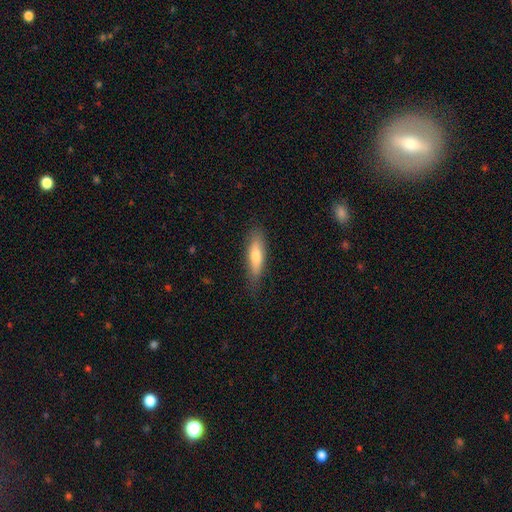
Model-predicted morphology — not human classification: smooth_or_featured: smooth (p=0.69) [alt: featured or disk p=0.25]
how_rounded: cigar-shaped (p=0.66) [alt: in between p=0.32]
merging: none (p=0.80) [alt: minor disturbance p=0.16]